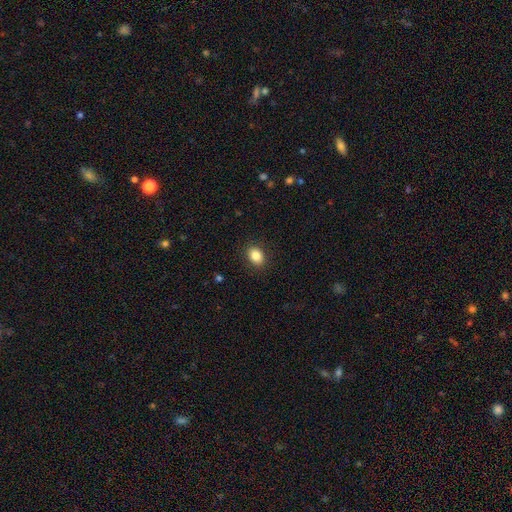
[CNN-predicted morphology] A smooth galaxy with no disk features (85%) that is in between round and cigar-shaped (62%). Merging: none (89%).